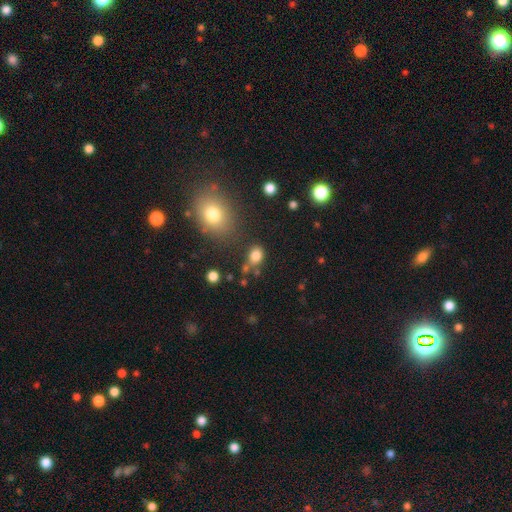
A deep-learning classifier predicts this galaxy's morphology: This is clearly a smooth galaxy (81%). How rounded: likely in between (62%). Merging: likely none (64%).